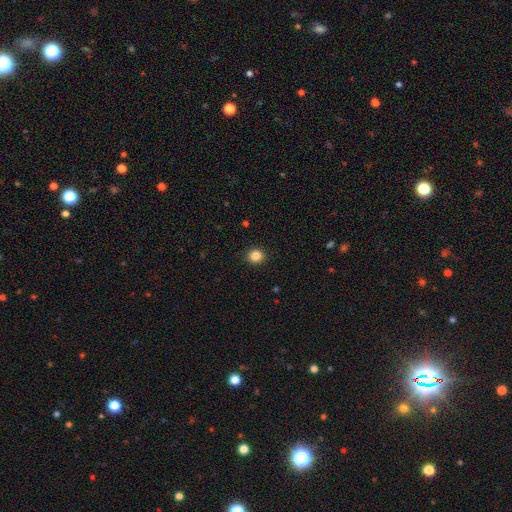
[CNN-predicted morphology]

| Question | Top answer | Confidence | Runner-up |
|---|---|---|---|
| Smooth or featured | smooth | 86% | star or artifact (11%) |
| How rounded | round | 90% | in between (10%) |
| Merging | none | 92% | minor disturbance (5%) |